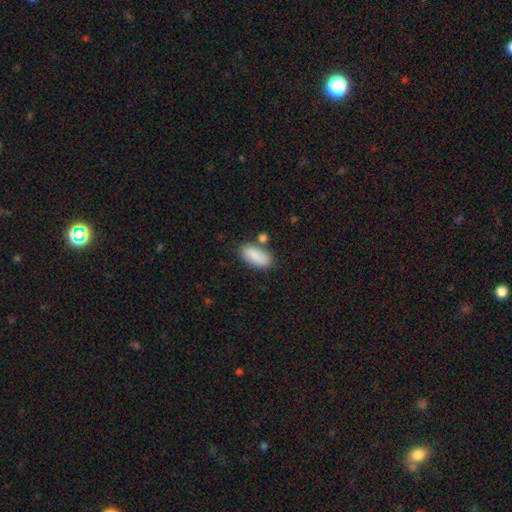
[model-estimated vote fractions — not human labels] A smooth galaxy with no disk features (88%) that is in between round and cigar-shaped (91%). Merging: none (68%).